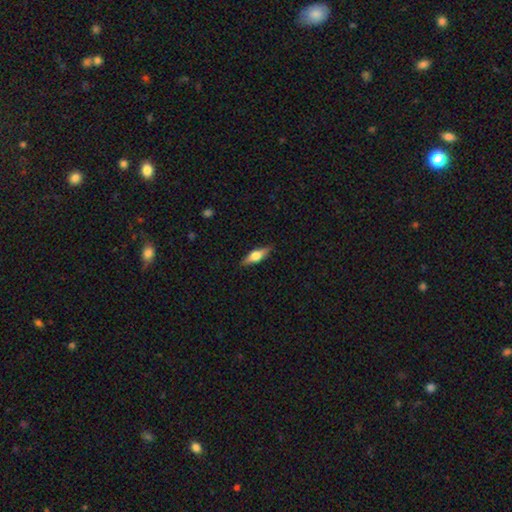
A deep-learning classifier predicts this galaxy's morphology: Smooth or featured: featured or disk — 51% (smooth — 43%)
Edge-on disk: yes — 93% (no — 7%)
Merging: none — 88% (minor disturbance — 9%)